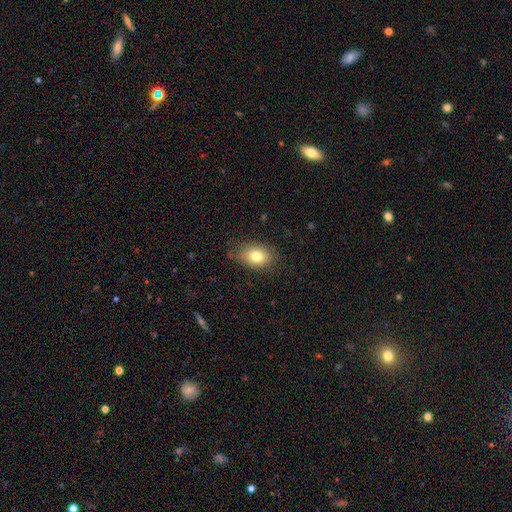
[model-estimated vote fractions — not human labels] Morphology: type=smooth (79%); roundness=in between (80%); merging=none (80%).